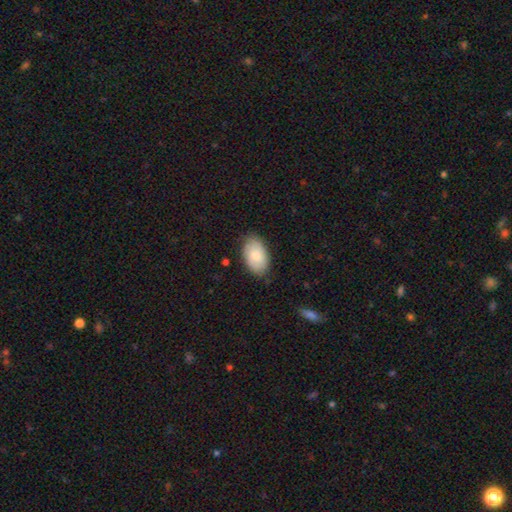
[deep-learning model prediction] smooth_or_featured: smooth (p=0.78) [alt: featured or disk p=0.16]
how_rounded: in between (p=0.93) [alt: round p=0.05]
merging: none (p=0.80) [alt: minor disturbance p=0.16]